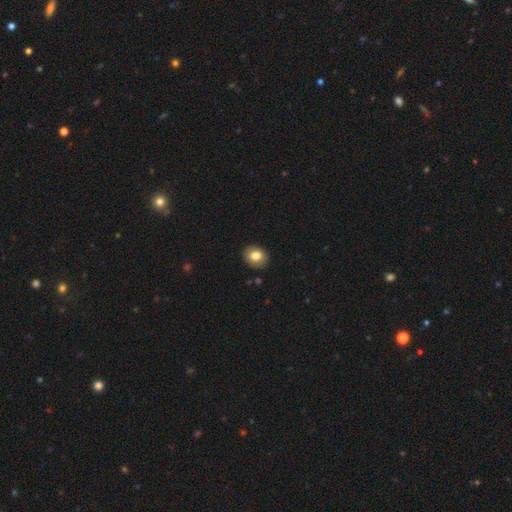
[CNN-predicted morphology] A smooth galaxy with no disk features (80%) that is round (60%). Merging: none (89%).